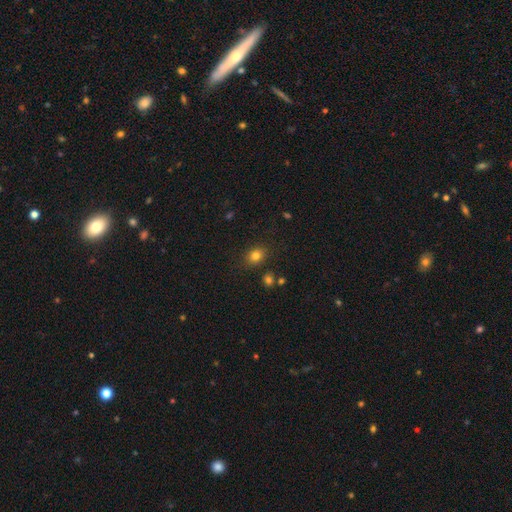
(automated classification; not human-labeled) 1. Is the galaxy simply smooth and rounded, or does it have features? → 80% smooth, 13% star or artifact, 7% featured or disk.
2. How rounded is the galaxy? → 52% round, 47% in between, 1% cigar-shaped.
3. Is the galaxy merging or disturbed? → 83% none, 11% minor disturbance, 3% merger, 3% major disturbance.